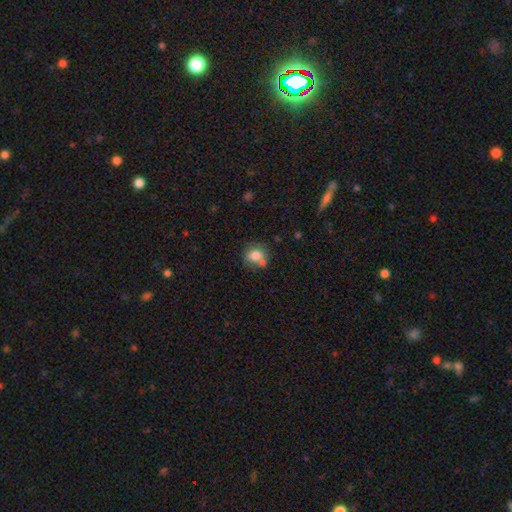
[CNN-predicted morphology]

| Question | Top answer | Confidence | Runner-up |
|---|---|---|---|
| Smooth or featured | smooth | 78% | featured or disk (13%) |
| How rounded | round | 75% | in between (24%) |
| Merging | none | 55% | merger (26%) |